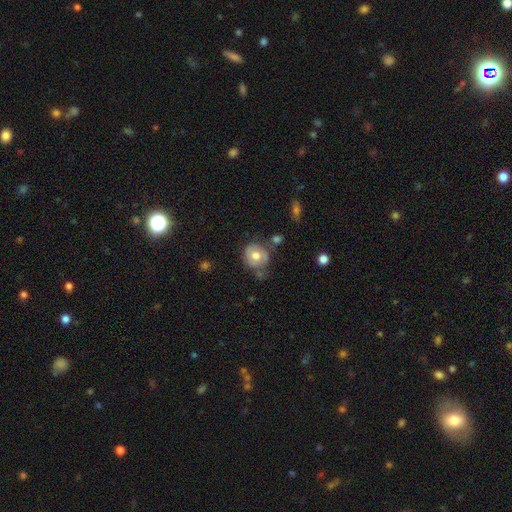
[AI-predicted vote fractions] A smooth galaxy with no disk features (61%) that is round (81%). Merging: none (60%).